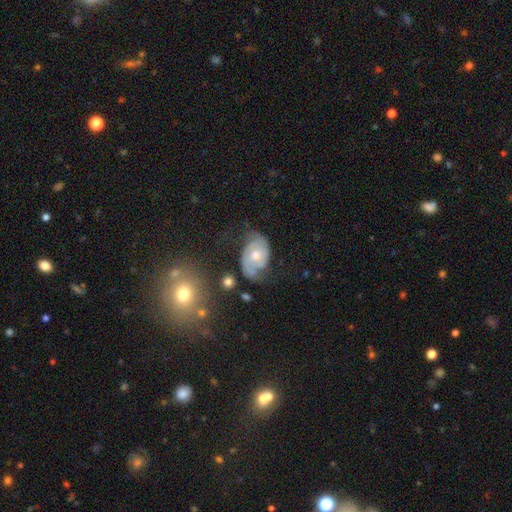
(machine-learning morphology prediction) smooth_or_featured: featured or disk (p=0.68) [alt: smooth p=0.25]
disk_edge_on: no (p=0.96) [alt: yes p=0.04]
bar: no (p=0.73) [alt: weak p=0.23]
has_spiral_arms: yes (p=0.83) [alt: no p=0.17]
spiral_winding: medium (p=0.40) [alt: tight p=0.37]
spiral_arm_count: 2 (p=0.70) [alt: can't tell p=0.17]
bulge_size: moderate (p=0.69) [alt: small p=0.22]
merging: none (p=0.48) [alt: minor disturbance p=0.29]